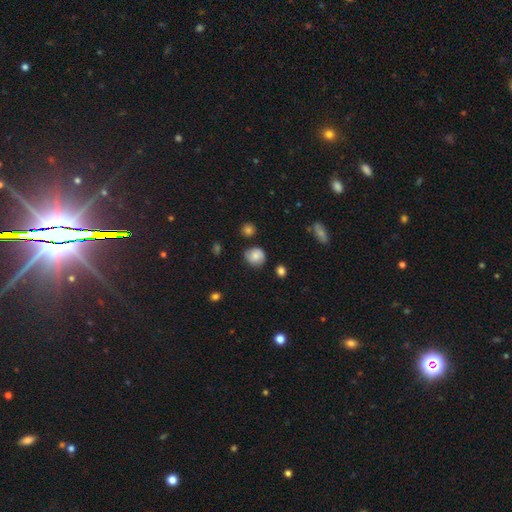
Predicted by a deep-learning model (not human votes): Smooth or featured? smooth (73%)
How rounded? round (79%)
Merging? none (73%)